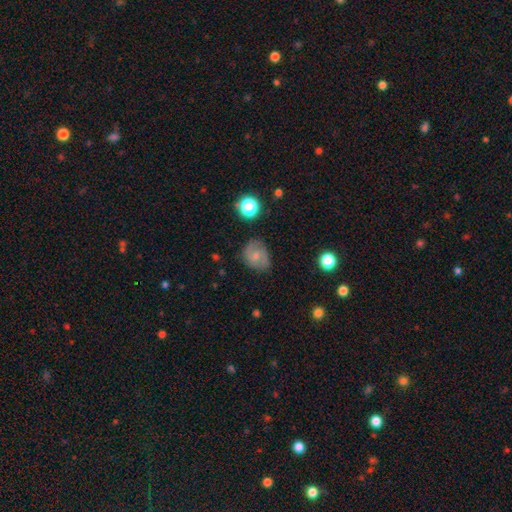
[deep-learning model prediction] Smooth or featured? smooth (49%)
Merging? none (69%)